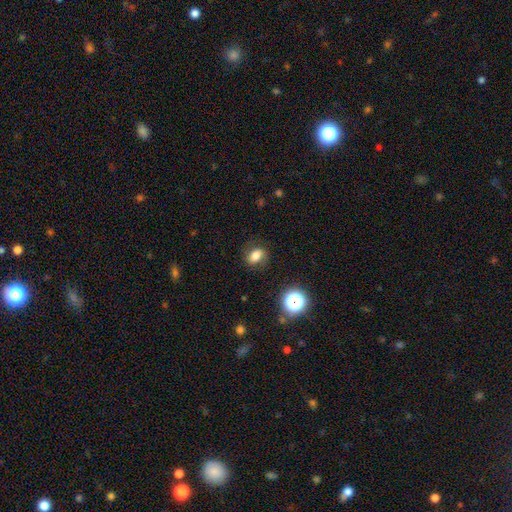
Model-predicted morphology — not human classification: smooth 68%, featured or disk 17%, star or artifact 15%. Down the decision tree: how rounded — in between (63%); merging — none (78%).